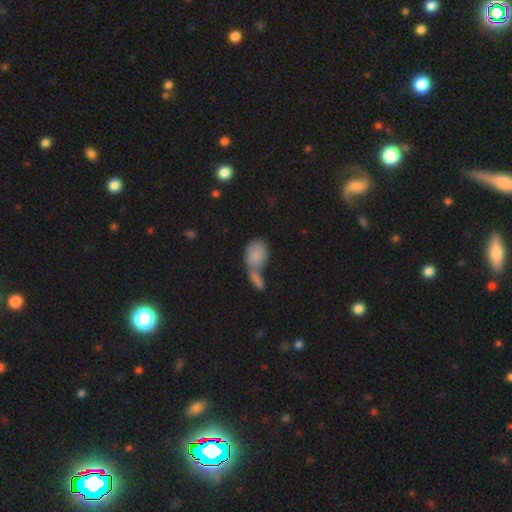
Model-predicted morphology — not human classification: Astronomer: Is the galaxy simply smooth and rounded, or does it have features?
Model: smooth — 82%.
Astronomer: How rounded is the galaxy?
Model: in between — 83%.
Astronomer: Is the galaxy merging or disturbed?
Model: merger — 58%.